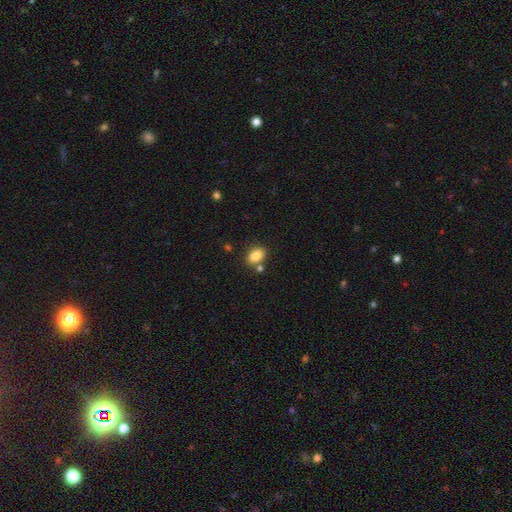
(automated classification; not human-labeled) Smooth or featured? smooth (86%)
How rounded? in between (78%)
Merging? none (73%)